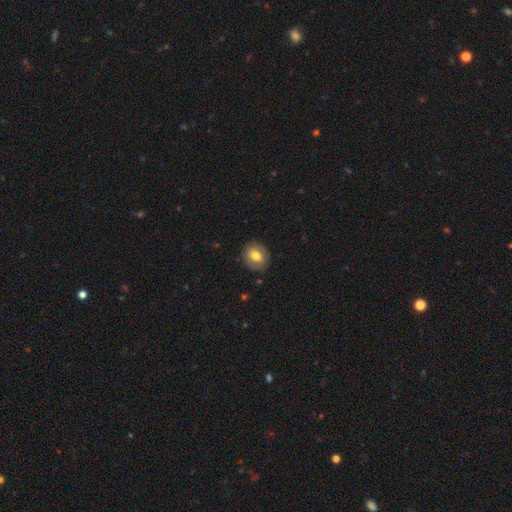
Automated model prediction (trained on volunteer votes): Smooth or featured? Predicted: smooth (p=0.69). How rounded? Predicted: round (p=0.65). Merging? Predicted: none (p=0.83).